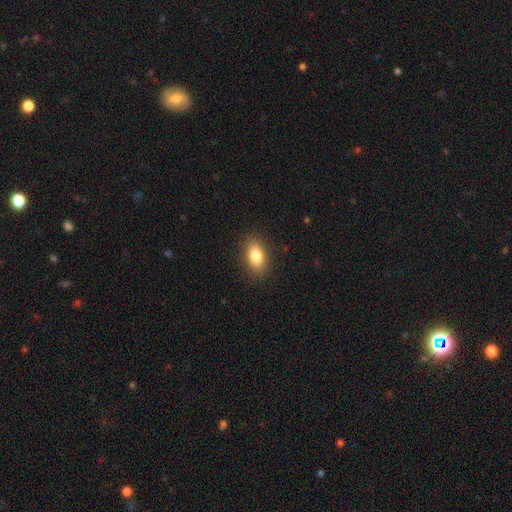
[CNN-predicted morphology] type=smooth (83%); roundness=in between (88%); merging=none (88%).